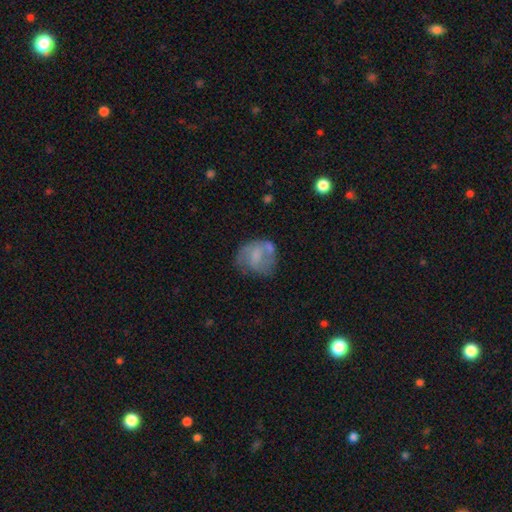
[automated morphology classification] This appears to be a smooth galaxy with no disk features (51%) that is round (64%). Merging: none (43%).